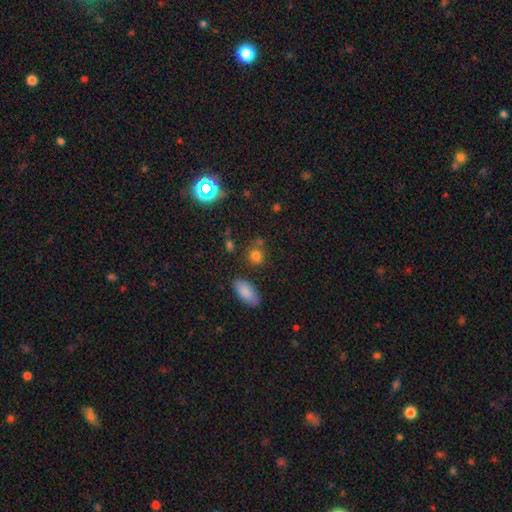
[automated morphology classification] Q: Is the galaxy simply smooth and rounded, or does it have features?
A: smooth — 79%.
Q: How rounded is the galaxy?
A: round — 77%.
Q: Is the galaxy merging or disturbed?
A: none — 70%.